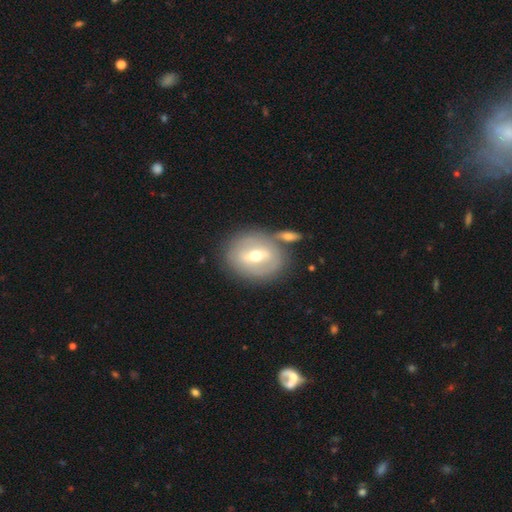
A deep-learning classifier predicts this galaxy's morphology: A featured or disk galaxy (61%) with a weak bar (42%), no spiral arms (65%) and a moderate central bulge (73%).

Vote fractions:
- Smooth or featured? featured or disk: 61% / smooth: 32% / star or artifact: 6%
- Edge-on disk? no: 91% / yes: 9%
- Bar? weak: 42% / strong: 40% / no: 18%
- Spiral arms? no: 65% / yes: 35%
- Bulge size? moderate: 73% / small: 19% / large: 6% / dominant: 1% / none: 1%
- Merging? none: 66% / merger: 16% / minor disturbance: 13% / major disturbance: 5%